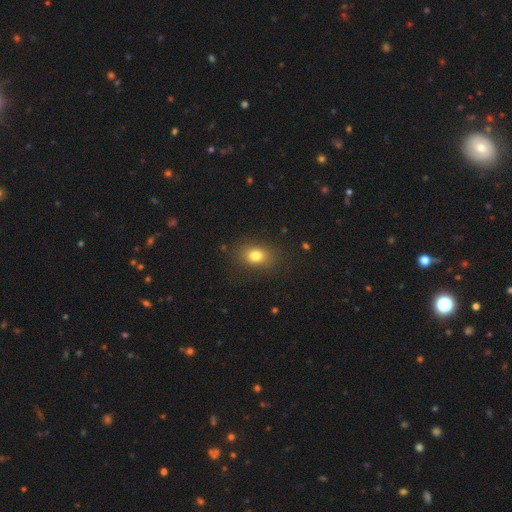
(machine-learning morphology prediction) Q: Smooth or featured?
A: smooth (79%); runner-up: star or artifact (12%)
Q: How rounded?
A: in between (65%); runner-up: round (34%)
Q: Merging?
A: none (82%); runner-up: minor disturbance (12%)